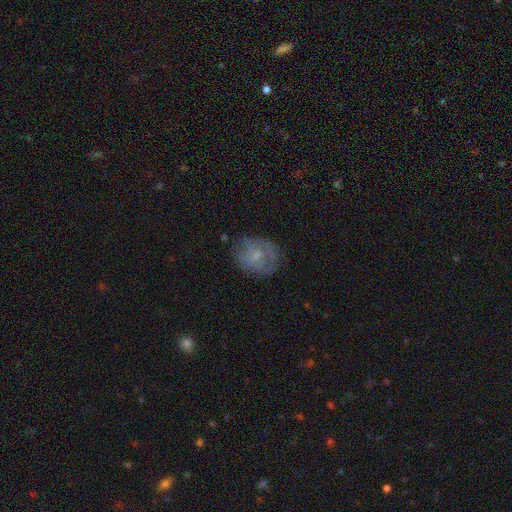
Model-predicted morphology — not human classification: Smooth or featured? Predicted: featured or disk (p=0.46). Merging? Predicted: none (p=0.67).